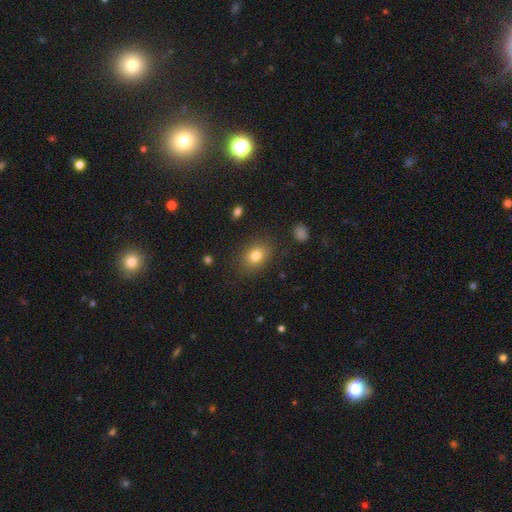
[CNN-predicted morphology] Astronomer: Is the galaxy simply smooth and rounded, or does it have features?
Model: smooth — 79%.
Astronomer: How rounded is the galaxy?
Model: in between — 61% (runner-up: round, 38%).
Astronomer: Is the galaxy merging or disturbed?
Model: none — 84%.